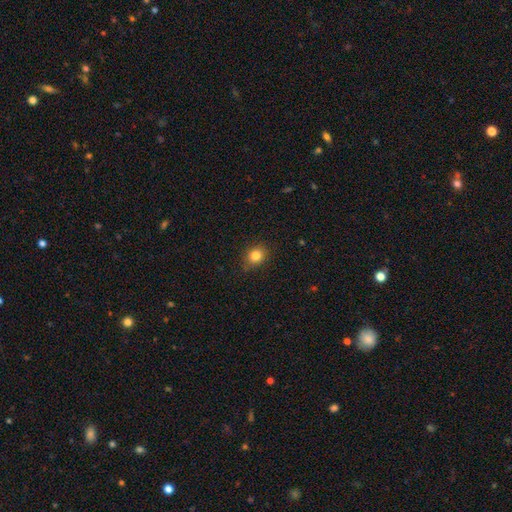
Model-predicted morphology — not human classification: Smooth or featured? smooth (83%)
How rounded? round (67%)
Merging? none (84%)